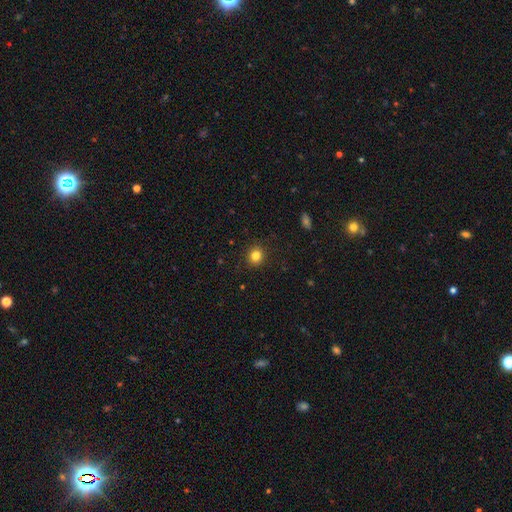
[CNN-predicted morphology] smooth 82%, star or artifact 12%, featured or disk 6%. Down the decision tree: how rounded — round (86%); merging — none (91%).